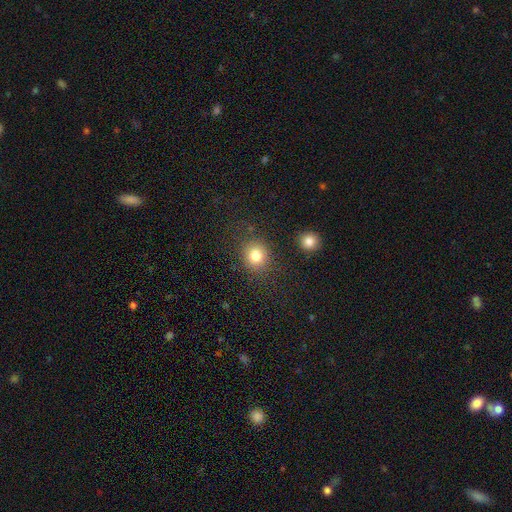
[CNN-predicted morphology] smooth-or-featured: smooth: 81% | star or artifact: 12% | featured or disk: 7%
  how-rounded: round: 81% | in between: 18% | cigar-shaped: 1%
  merging: none: 83% | minor disturbance: 9% | major disturbance: 4% | merger: 4%